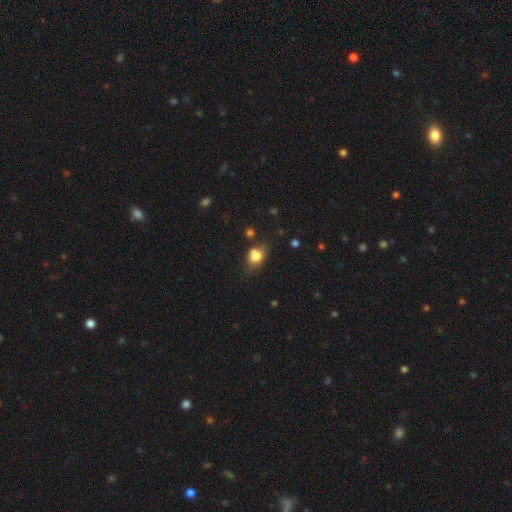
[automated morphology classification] smooth 78%, featured or disk 12%, star or artifact 10%. Down the decision tree: how rounded — in between (62%); merging — none (52%).